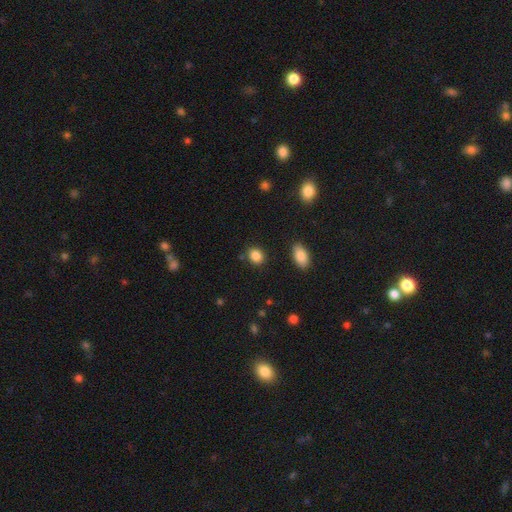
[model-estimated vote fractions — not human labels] Smooth or featured? Predicted: smooth (p=0.86). How rounded? Predicted: round (p=0.59). Merging? Predicted: none (p=0.86).